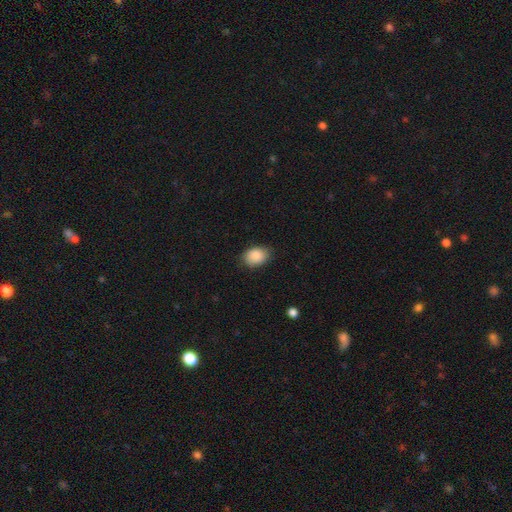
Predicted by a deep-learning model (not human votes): Overall: smooth (88%). How rounded: in between (72%). Merging: none (80%).